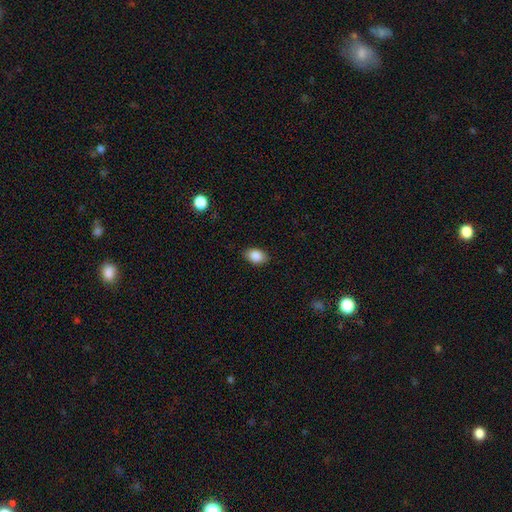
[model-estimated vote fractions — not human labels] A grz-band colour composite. It shows a smooth galaxy with no disk features (87%) that is in between round and cigar-shaped (84%). Merging: none (87%).